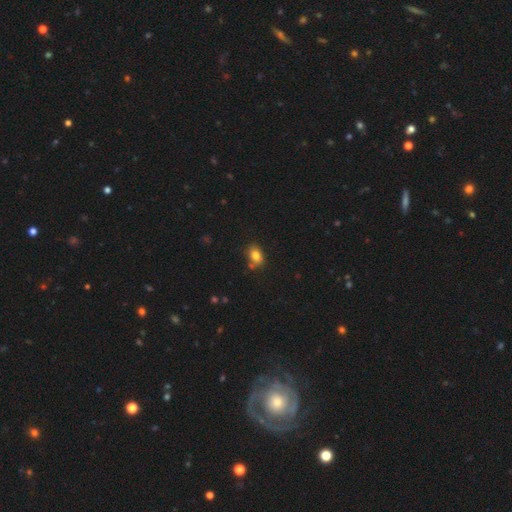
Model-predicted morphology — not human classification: A smooth galaxy with no disk features (82%) that is in between round and cigar-shaped (76%).

Vote fractions:
- Smooth or featured? smooth: 82% / star or artifact: 10% / featured or disk: 8%
- How rounded? in between: 76% / round: 23% / cigar-shaped: 2%
- Merging? none: 68% / minor disturbance: 18% / merger: 9% / major disturbance: 4%